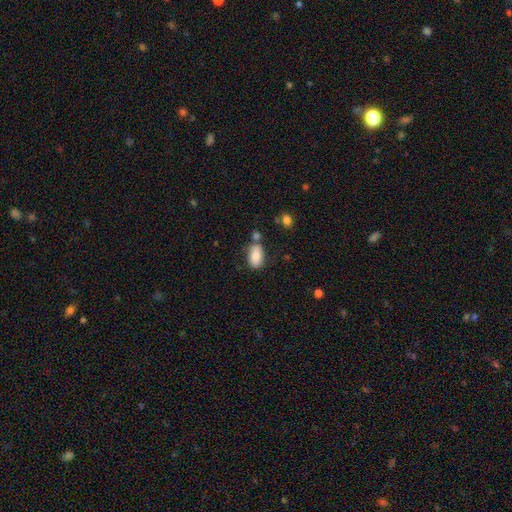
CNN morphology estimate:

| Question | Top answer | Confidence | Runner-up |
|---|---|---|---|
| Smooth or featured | smooth | 83% | featured or disk (10%) |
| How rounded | in between | 91% | round (5%) |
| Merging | none | 67% | minor disturbance (16%) |